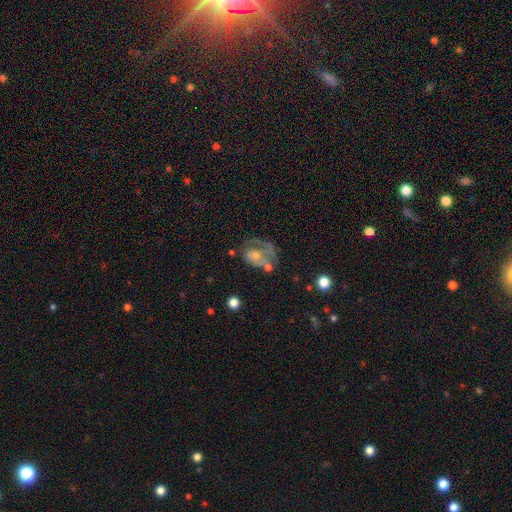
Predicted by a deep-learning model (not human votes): Morphology: type=featured or disk (62%); edge-on=no (97%); bar=no (81%); spiral arms=no (50%, tied with yes); bulge=small (44%); merging=none (36%).